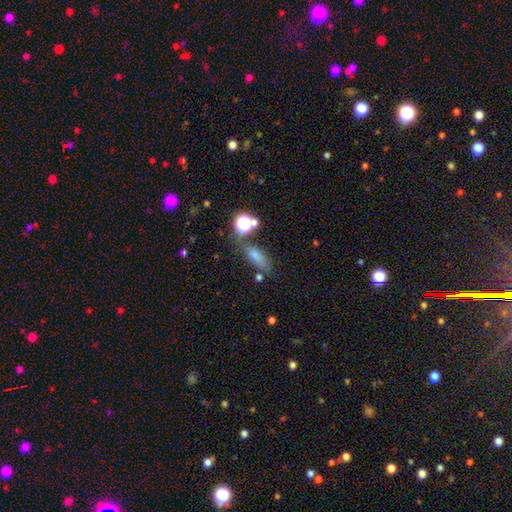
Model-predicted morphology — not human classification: Smooth or featured? smooth (70%)
How rounded? in between (57%)
Merging? none (61%)